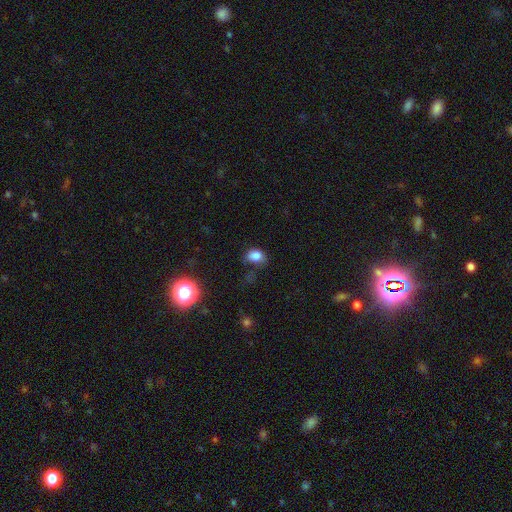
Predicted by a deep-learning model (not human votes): Q: Smooth or featured?
A: smooth (81%); runner-up: star or artifact (13%)
Q: How rounded?
A: in between (67%); runner-up: round (32%)
Q: Merging?
A: none (57%); runner-up: minor disturbance (29%)